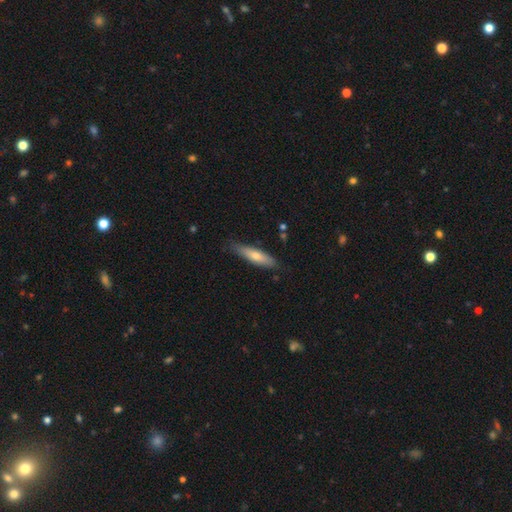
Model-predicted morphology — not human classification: smooth-or-featured: smooth: 67% | featured or disk: 27% | star or artifact: 6%
  how-rounded: cigar-shaped: 73% | in between: 26% | round: 2%
  merging: none: 79% | minor disturbance: 16% | major disturbance: 3% | merger: 2%